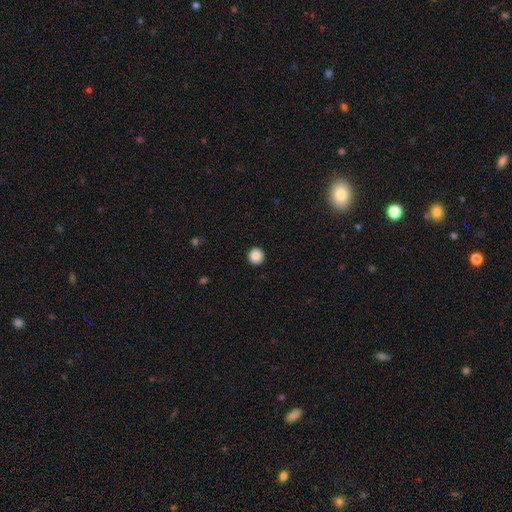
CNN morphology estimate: This is clearly a smooth galaxy (88%). How rounded: clearly round (96%). Merging: clearly none (94%).